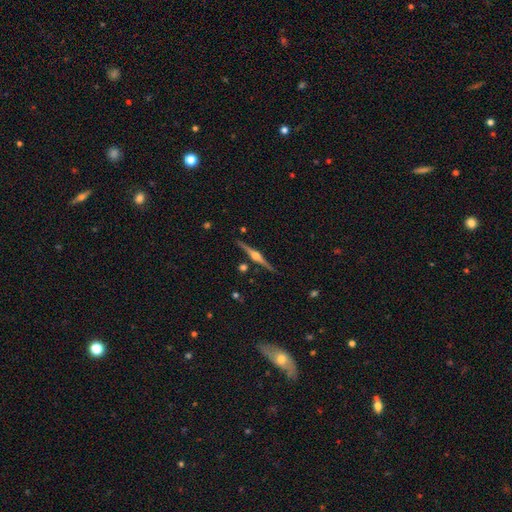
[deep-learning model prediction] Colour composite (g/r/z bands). It shows a featured or disk galaxy (86%) viewed edge-on (99%) with a rounded central bulge (94%). Merging: none (90%).